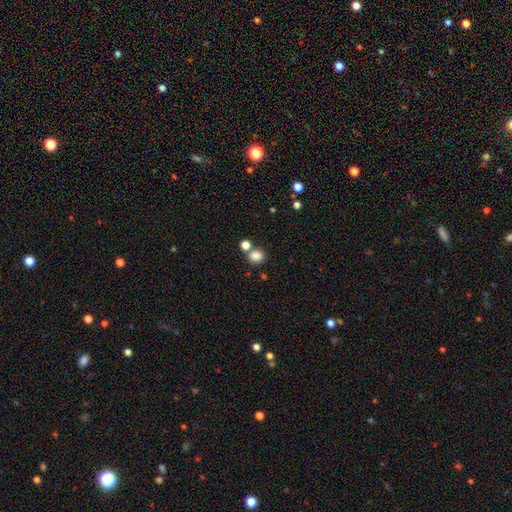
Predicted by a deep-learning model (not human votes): The model was most divided on "merging": none: 65%, merger: 22%, minor disturbance: 9%, major disturbance: 4%. More confident: smooth or featured — smooth (83%); how rounded — round (75%).